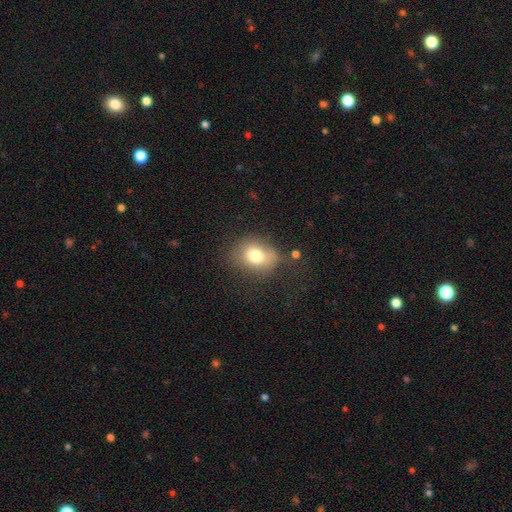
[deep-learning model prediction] The model was most divided on "how rounded": round: 50%, in between: 49%, cigar-shaped: 1%. More confident: smooth or featured — smooth (76%); merging — none (59%).